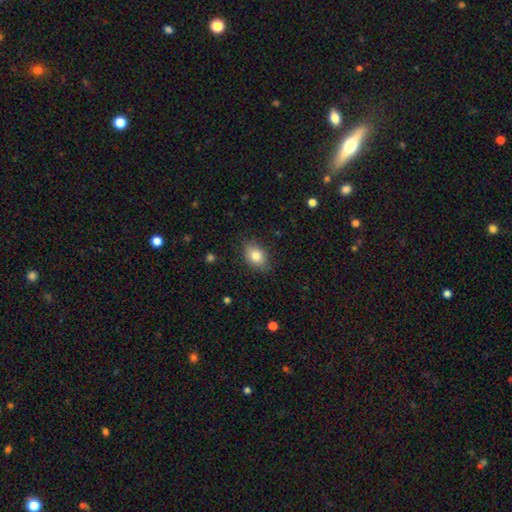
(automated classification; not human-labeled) This is clearly a smooth galaxy (82%). How rounded: likely in between (77%). Merging: clearly none (81%).